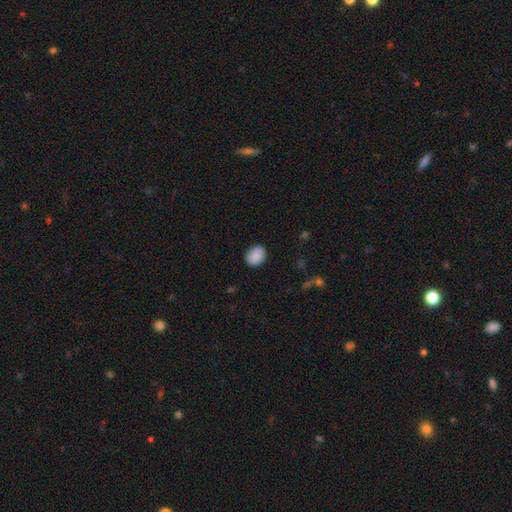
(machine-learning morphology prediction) smooth-or-featured: smooth: 89% | star or artifact: 7% | featured or disk: 4%
  how-rounded: in between: 62% | round: 37% | cigar-shaped: 1%
  merging: none: 85% | minor disturbance: 11% | major disturbance: 2% | merger: 1%